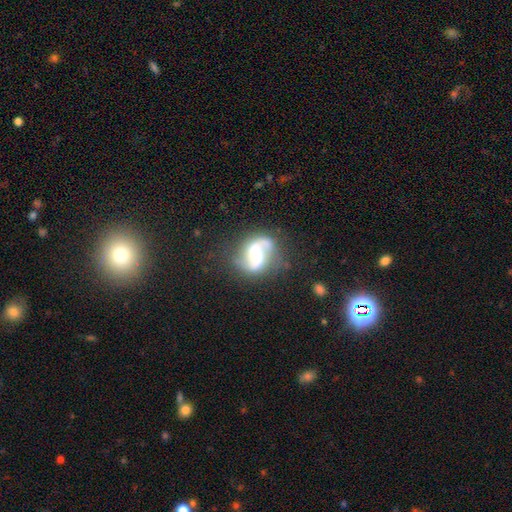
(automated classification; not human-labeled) A featured or disk galaxy (82%) with a weak bar (39%), 2 (91%) loose (59%) spiral arms (95%) and a large central bulge (28%). Merging: none (65%).